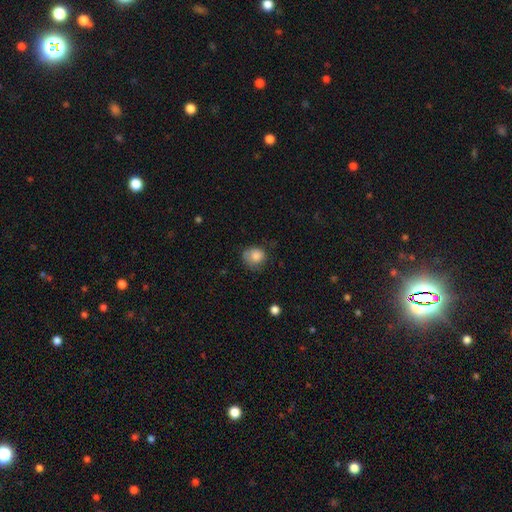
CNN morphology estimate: Smooth or featured? Predicted: smooth (p=0.82). How rounded? Predicted: round (p=0.70). Merging? Predicted: none (p=0.56).